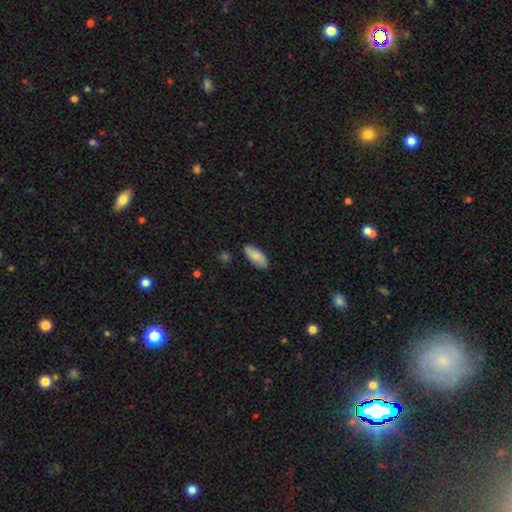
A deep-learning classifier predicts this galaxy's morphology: smooth 82%, featured or disk 12%, star or artifact 6%. Down the decision tree: how rounded — in between (81%); merging — none (81%).